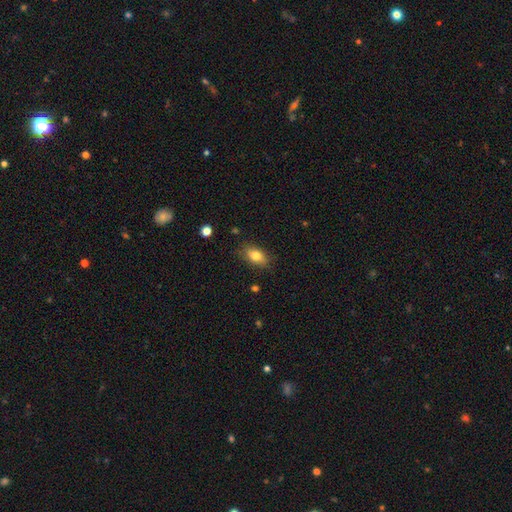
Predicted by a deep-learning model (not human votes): Smooth or featured?
  - smooth: 78% *
  - featured or disk: 13%
  - star or artifact: 9%
How rounded?
  - in between: 85% *
  - round: 9%
  - cigar-shaped: 6%
Merging?
  - none: 83% *
  - minor disturbance: 13%
  - major disturbance: 3%
  - merger: 1%